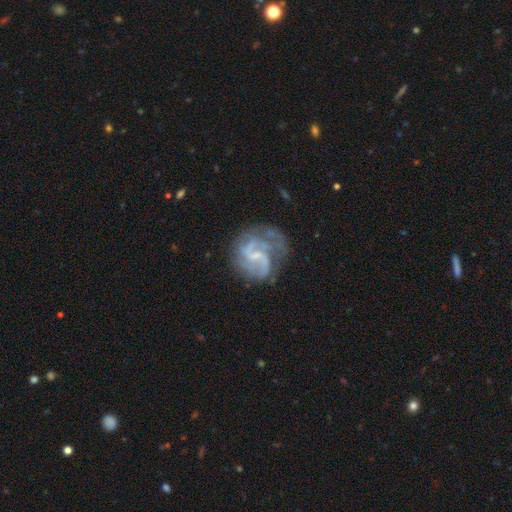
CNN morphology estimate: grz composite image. It shows a featured or disk galaxy (85%) with a weak bar (56%), 2 (59%) medium (49%) spiral arms (92%) and a small central bulge (57%). Merging: none (52%).